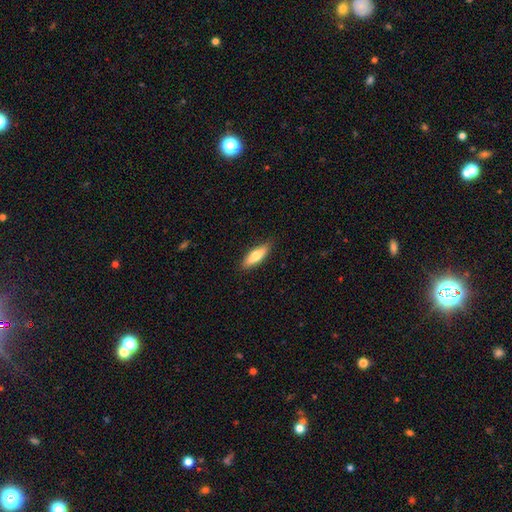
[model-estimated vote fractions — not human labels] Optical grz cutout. It shows a smooth galaxy with no disk features (71%) that is cigar-shaped (53%). Merging: none (87%).